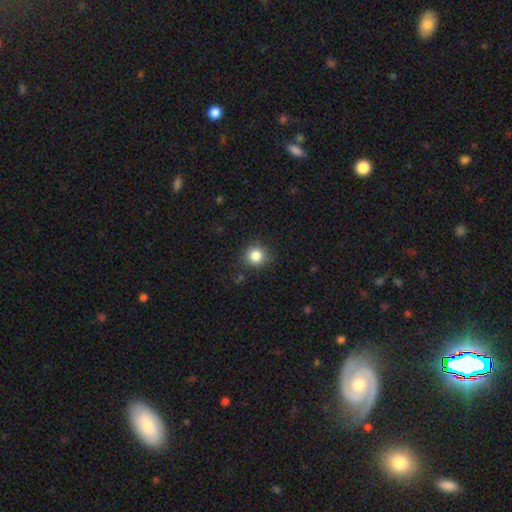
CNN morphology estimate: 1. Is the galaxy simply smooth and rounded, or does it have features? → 84% smooth, 11% star or artifact, 5% featured or disk.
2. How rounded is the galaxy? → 90% round, 9% in between, 1% cigar-shaped.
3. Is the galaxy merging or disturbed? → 85% none, 10% minor disturbance, 3% major disturbance, 2% merger.